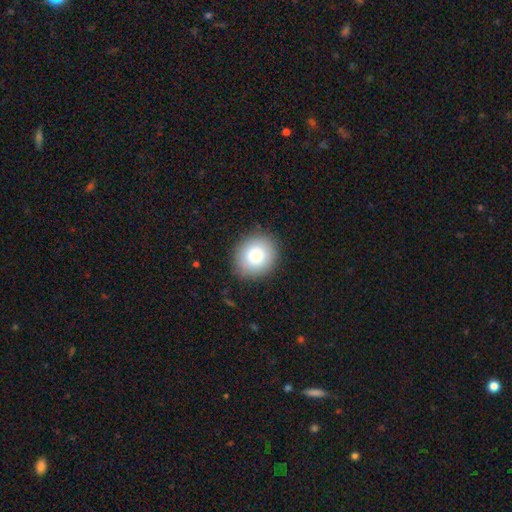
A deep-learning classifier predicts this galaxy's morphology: smooth-or-featured: smooth: 83% | featured or disk: 9% | star or artifact: 8%
  how-rounded: round: 77% | in between: 23% | cigar-shaped: 1%
  merging: none: 88% | minor disturbance: 9% | major disturbance: 3% | merger: 1%